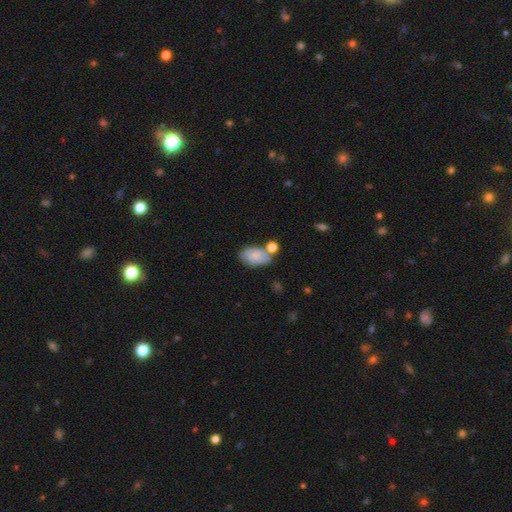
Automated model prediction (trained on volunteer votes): Smooth or featured? Predicted: smooth (p=0.70). How rounded? Predicted: in between (p=0.90). Merging? Predicted: none (p=0.50).